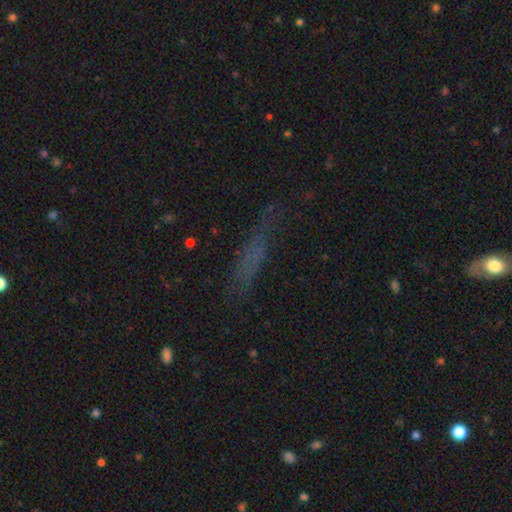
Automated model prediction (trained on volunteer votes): The model was most divided on "smooth or featured": smooth: 49%, featured or disk: 28%, star or artifact: 24%. More confident: merging — none (65%).